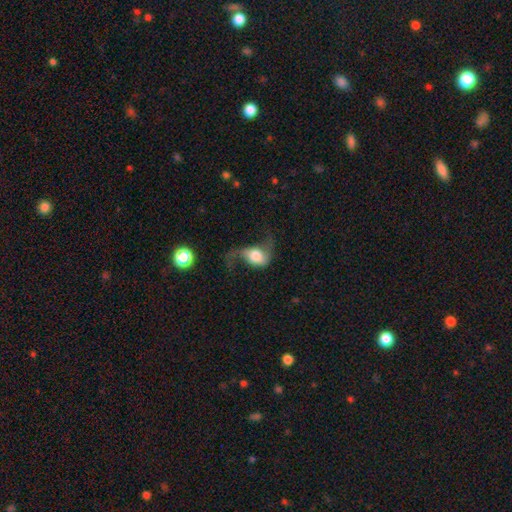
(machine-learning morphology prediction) Q: Smooth or featured?
A: featured or disk (57%); runner-up: smooth (34%)
Q: Edge-on disk?
A: no (94%); runner-up: yes (6%)
Q: Bar?
A: no (61%); runner-up: weak (29%)
Q: Spiral arms?
A: yes (86%); runner-up: no (14%)
Q: Bulge size?
A: large (38%); runner-up: moderate (33%)
Q: Merging?
A: major disturbance (41%); runner-up: none (37%)